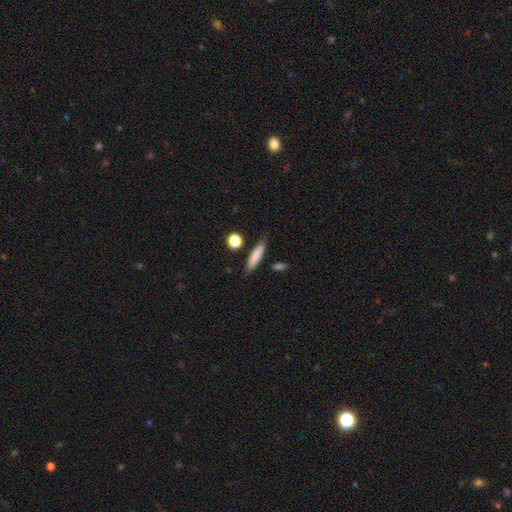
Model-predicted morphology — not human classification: A smooth galaxy with no disk features (83%) that is cigar-shaped (71%). Merging: none (80%).